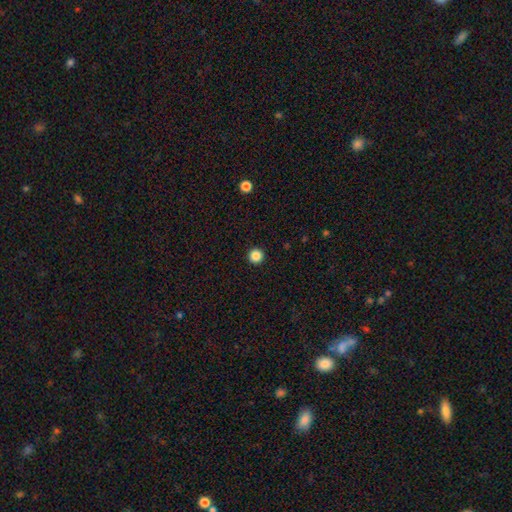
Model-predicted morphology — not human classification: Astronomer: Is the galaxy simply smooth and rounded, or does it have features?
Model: smooth — 86%.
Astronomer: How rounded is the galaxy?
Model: round — 97%.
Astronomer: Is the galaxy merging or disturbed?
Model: none — 94%.